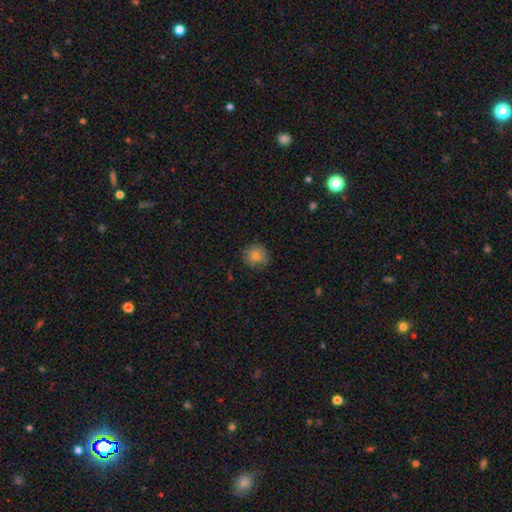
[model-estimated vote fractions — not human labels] smooth_or_featured: smooth (p=0.78) [alt: featured or disk p=0.11]
how_rounded: round (p=0.91) [alt: in between p=0.08]
merging: none (p=0.84) [alt: minor disturbance p=0.12]